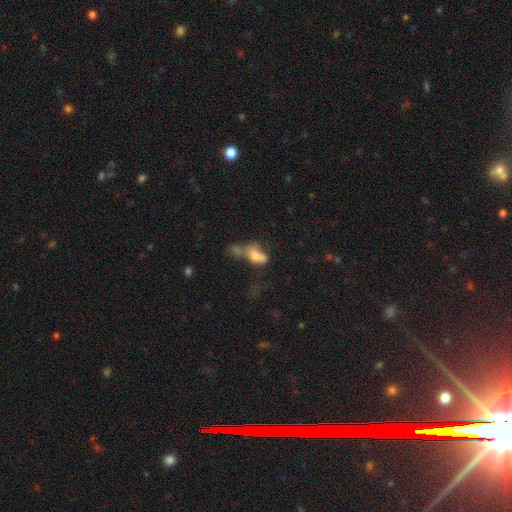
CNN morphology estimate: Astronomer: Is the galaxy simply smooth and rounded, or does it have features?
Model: smooth — 59%.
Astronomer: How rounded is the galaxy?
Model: in between — 78%.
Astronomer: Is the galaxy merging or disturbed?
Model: merger — 42% (runner-up: major disturbance, 30%).